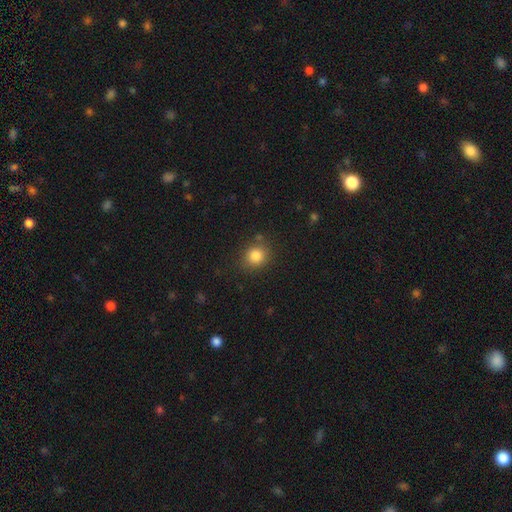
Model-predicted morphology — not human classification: type=smooth (83%); roundness=round (80%); merging=none (83%).